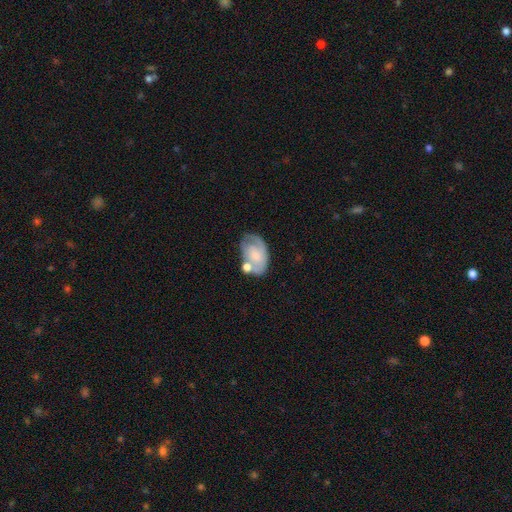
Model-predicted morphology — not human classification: Smooth or featured? Predicted: featured or disk (p=0.53). Edge-on disk? Predicted: no (p=0.96). Bar? Predicted: no (p=0.72). Spiral arms? Predicted: yes (p=0.63). Bulge size? Predicted: small (p=0.40). Merging? Predicted: none (p=0.39).